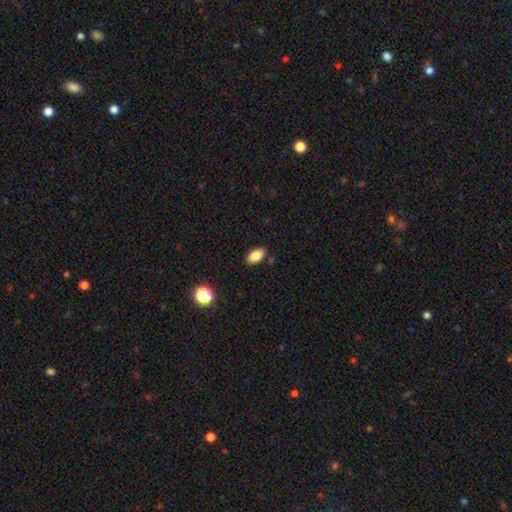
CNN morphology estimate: smooth_or_featured: smooth (p=0.85) [alt: star or artifact p=0.09]
how_rounded: in between (p=0.92) [alt: round p=0.05]
merging: none (p=0.86) [alt: minor disturbance p=0.10]